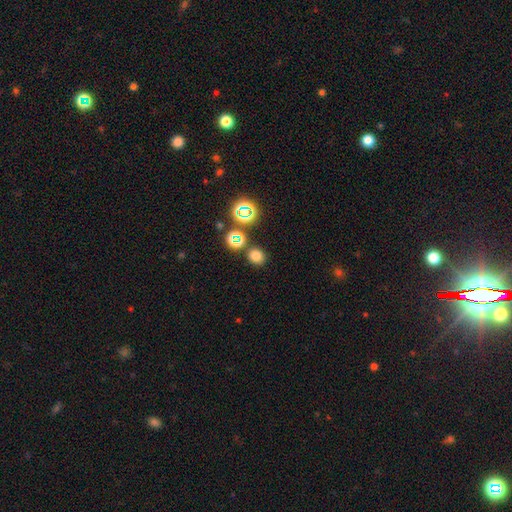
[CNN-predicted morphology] A smooth galaxy with no disk features (72%) that is round (75%). Merging: none (83%).